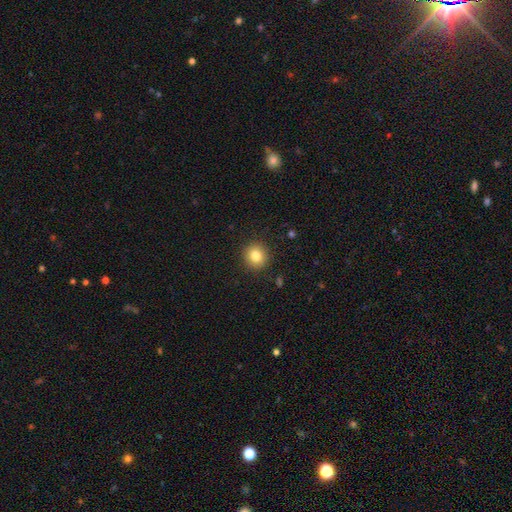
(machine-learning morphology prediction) Smooth or featured? smooth (82%)
How rounded? round (90%)
Merging? none (91%)